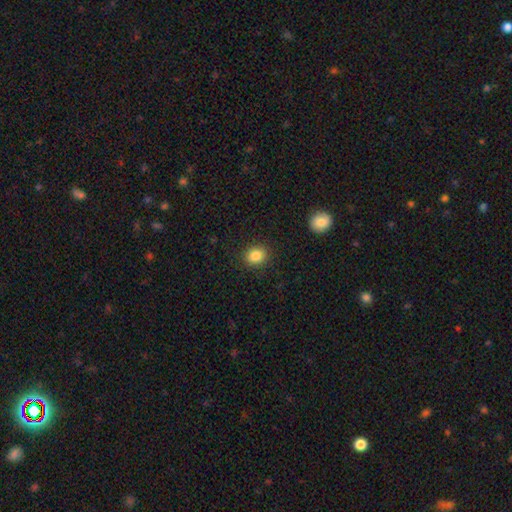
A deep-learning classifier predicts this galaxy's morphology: The model was most divided on "how rounded": round: 68%, in between: 31%, cigar-shaped: 1%. More confident: merging — none (89%); smooth or featured — smooth (85%).